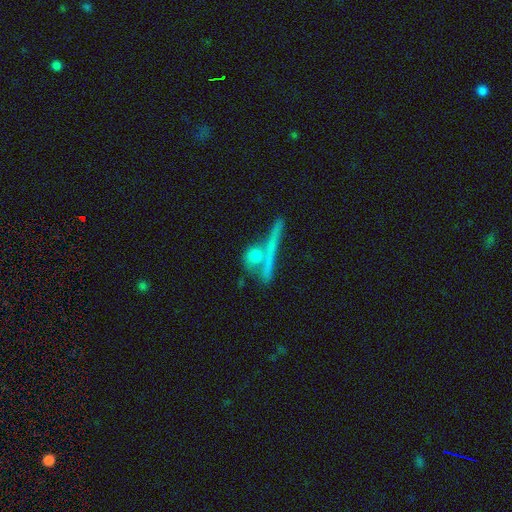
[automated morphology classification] Smooth or featured? smooth (47%)
Merging? none (55%)